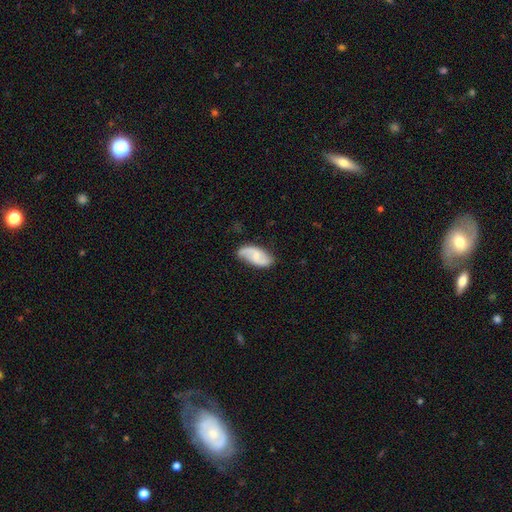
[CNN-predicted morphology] smooth_or_featured: featured or disk (p=0.65) [alt: smooth p=0.29]
disk_edge_on: no (p=0.96) [alt: yes p=0.04]
bar: weak (p=0.46) [alt: no p=0.41]
has_spiral_arms: yes (p=0.93) [alt: no p=0.07]
spiral_winding: loose (p=0.50) [alt: medium p=0.36]
spiral_arm_count: 2 (p=0.88) [alt: can't tell p=0.06]
bulge_size: small (p=0.47) [alt: moderate p=0.25]
merging: none (p=0.72) [alt: minor disturbance p=0.21]